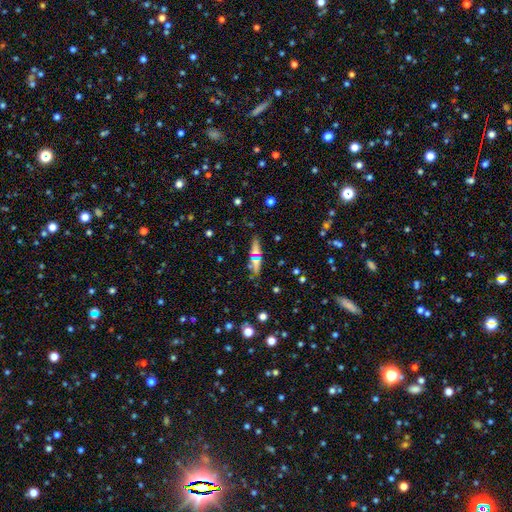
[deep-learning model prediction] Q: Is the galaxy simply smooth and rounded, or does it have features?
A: smooth — 54%.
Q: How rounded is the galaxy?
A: cigar-shaped — 70%.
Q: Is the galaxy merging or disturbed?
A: none — 76%.